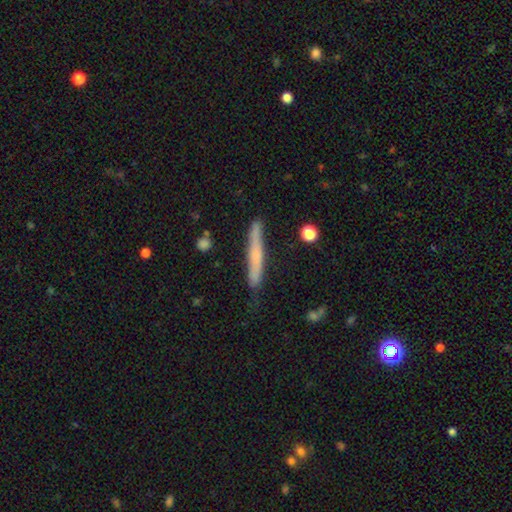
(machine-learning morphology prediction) This appears to be a smooth galaxy with no disk features (54%) that is cigar-shaped (95%). Merging: none (77%).